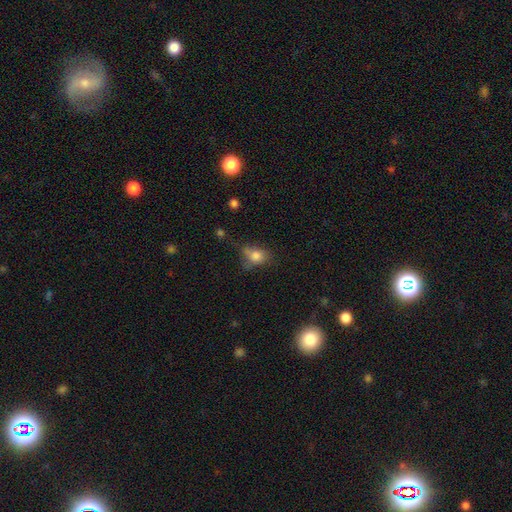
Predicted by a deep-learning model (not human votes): A smooth galaxy with no disk features (78%) that is in between round and cigar-shaped (57%).

Vote fractions:
- Smooth or featured? smooth: 78% / star or artifact: 11% / featured or disk: 11%
- How rounded? in between: 57% / round: 41% / cigar-shaped: 2%
- Merging? none: 47% / minor disturbance: 30% / major disturbance: 15% / merger: 8%